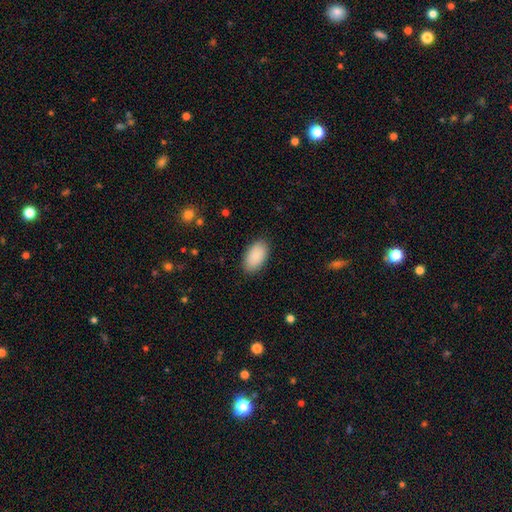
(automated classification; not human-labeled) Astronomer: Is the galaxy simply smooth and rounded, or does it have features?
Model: smooth — 88%.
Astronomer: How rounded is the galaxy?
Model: in between — 95%.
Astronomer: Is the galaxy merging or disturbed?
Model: none — 88%.